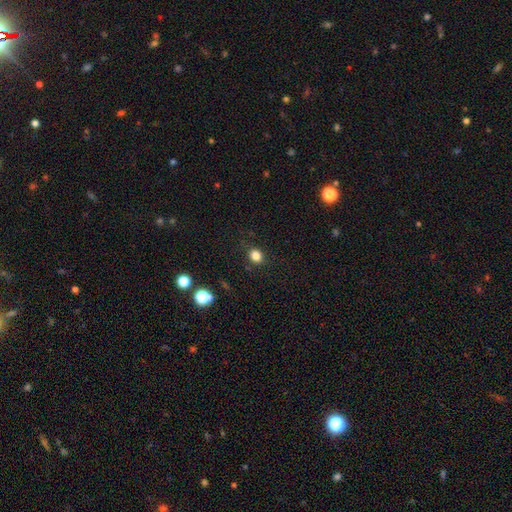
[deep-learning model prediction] smooth 82%, star or artifact 13%, featured or disk 5%. Down the decision tree: how rounded — round (64%); merging — none (86%).